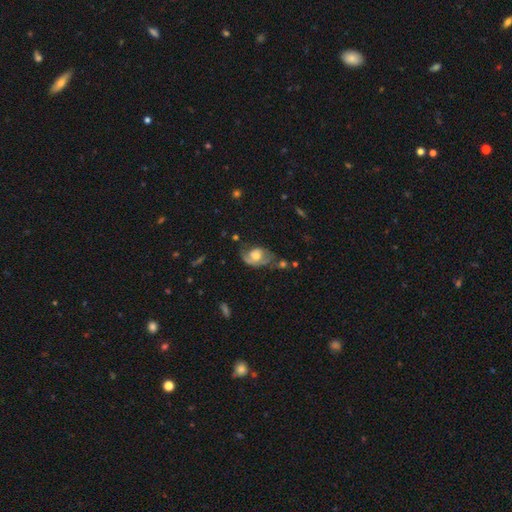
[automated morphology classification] This is likely a featured or disk galaxy (61%). It is clearly not viewed edge-on (96%). Bar: likely no (72%). Spiral arm pattern: likely yes (75%). Central bulge: likely moderate (60%). Merging: marginally none (33%).